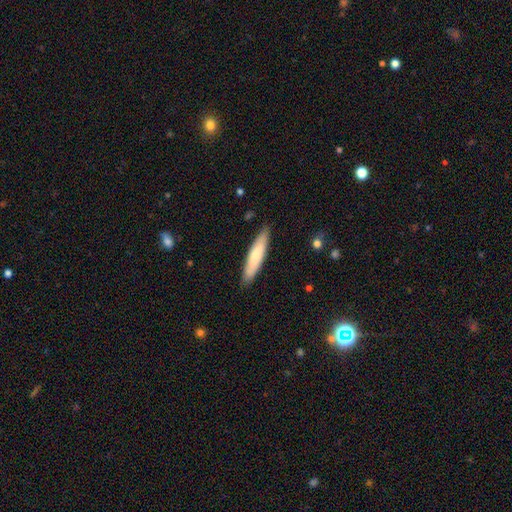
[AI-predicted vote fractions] A smooth galaxy with no disk features (70%) that is cigar-shaped (85%).

Vote fractions:
- Smooth or featured? smooth: 70% / featured or disk: 25% / star or artifact: 5%
- How rounded? cigar-shaped: 85% / in between: 14% / round: 1%
- Merging? none: 89% / minor disturbance: 9% / major disturbance: 2% / merger: 1%